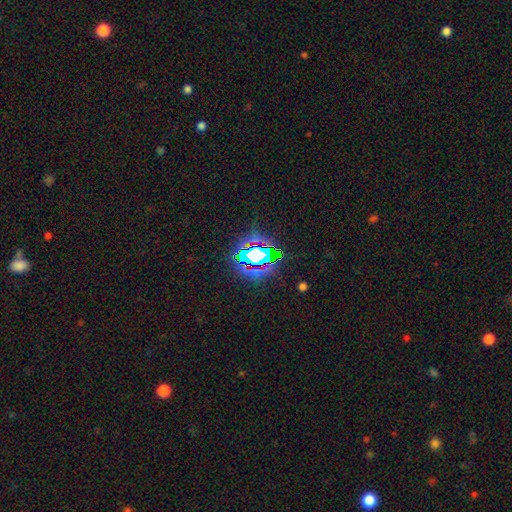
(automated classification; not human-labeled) This is likely a star or artifact rather than a galaxy (64%).